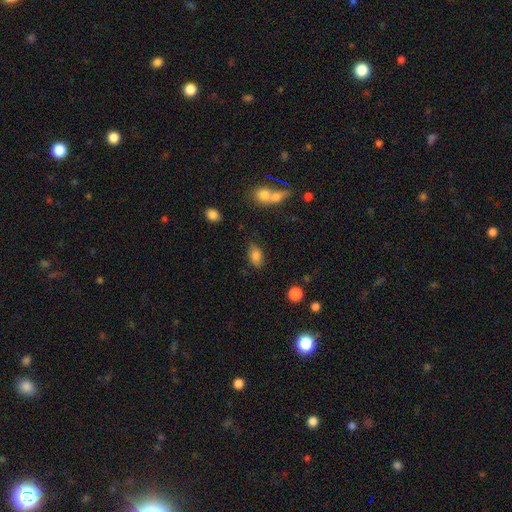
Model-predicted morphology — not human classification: Overall: smooth (81%). How rounded: in between (89%). Merging: none (77%).